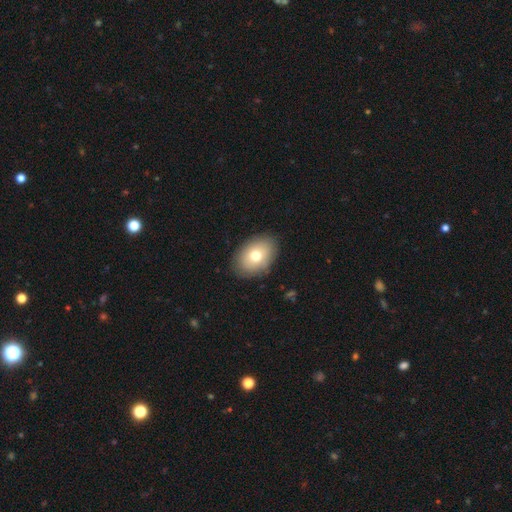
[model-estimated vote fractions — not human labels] smooth_or_featured: smooth (p=0.74) [alt: featured or disk p=0.18]
how_rounded: in between (p=0.82) [alt: round p=0.17]
merging: none (p=0.87) [alt: minor disturbance p=0.10]